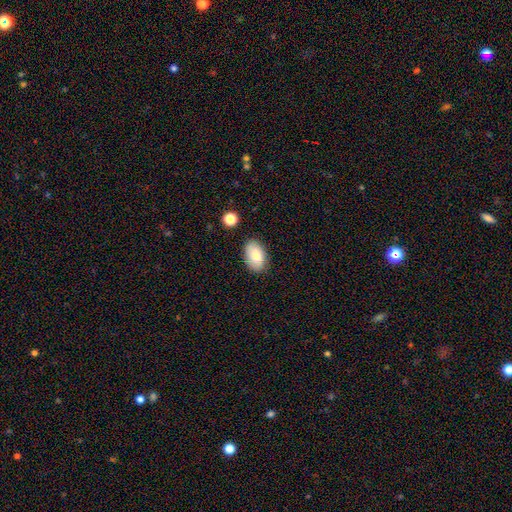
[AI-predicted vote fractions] A smooth galaxy with no disk features (82%) that is in between round and cigar-shaped (92%). Merging: none (82%).